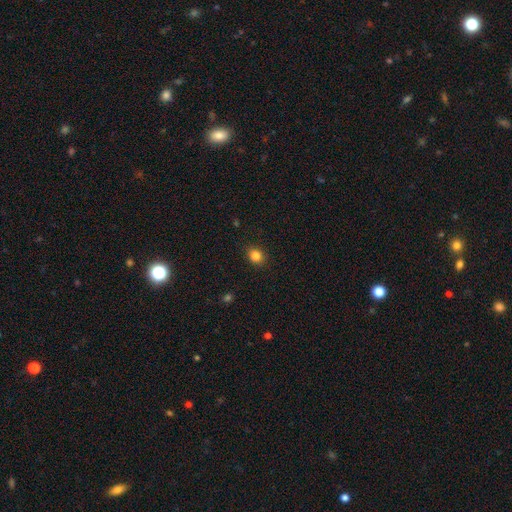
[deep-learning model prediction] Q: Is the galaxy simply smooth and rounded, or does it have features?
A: smooth — 84%.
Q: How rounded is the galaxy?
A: round — 63%.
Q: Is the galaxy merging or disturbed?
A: none — 88%.